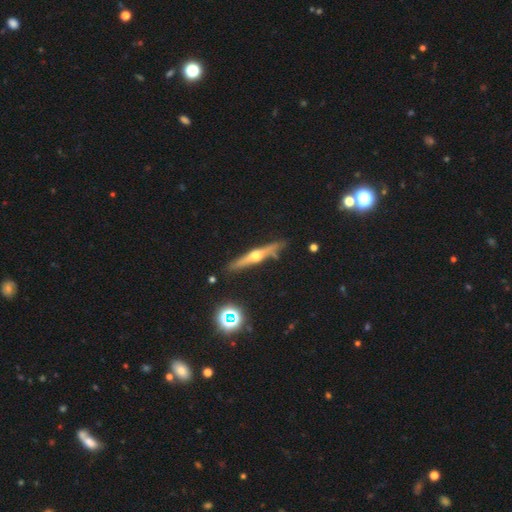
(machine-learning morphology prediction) Smooth or featured: featured or disk — 70% (smooth — 22%)
Edge-on disk: yes — 96% (no — 4%)
Edge-on bulge: rounded — 93% (none — 4%)
Merging: none — 83% (minor disturbance — 12%)